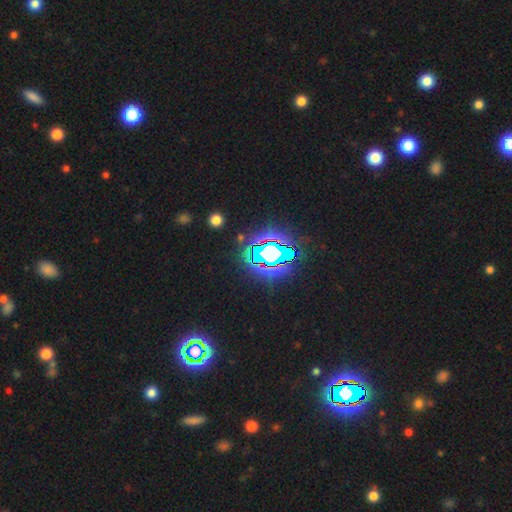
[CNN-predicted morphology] smooth-or-featured: star or artifact: 74% | smooth: 15% | featured or disk: 11%